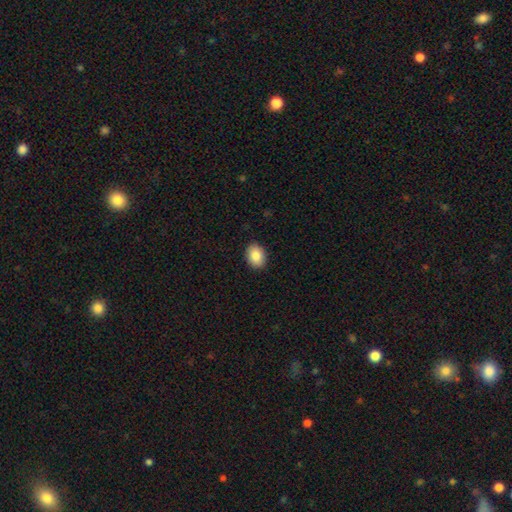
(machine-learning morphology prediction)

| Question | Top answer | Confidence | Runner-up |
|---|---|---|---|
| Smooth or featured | smooth | 86% | star or artifact (8%) |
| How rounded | in between | 66% | round (33%) |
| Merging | none | 90% | minor disturbance (7%) |